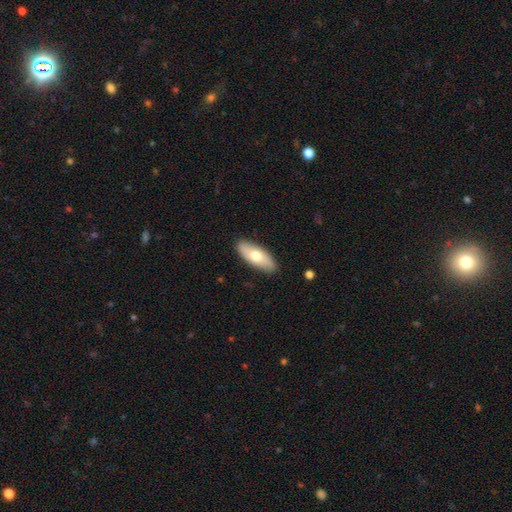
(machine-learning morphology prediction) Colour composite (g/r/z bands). It shows a smooth galaxy with no disk features (64%) that is in between round and cigar-shaped (80%). Merging: none (88%).